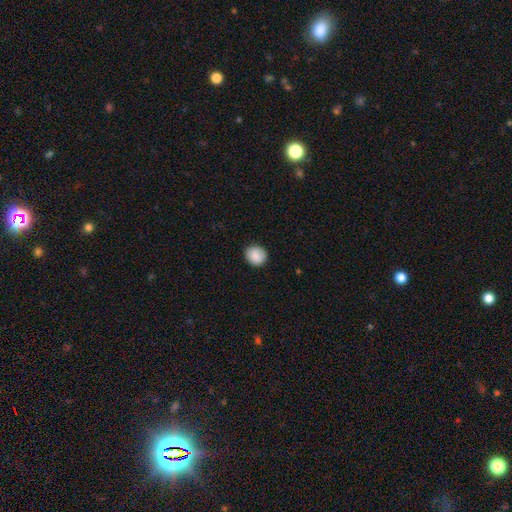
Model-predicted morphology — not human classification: This appears to be a smooth galaxy with no disk features (87%) that is round (83%). Merging: none (86%).